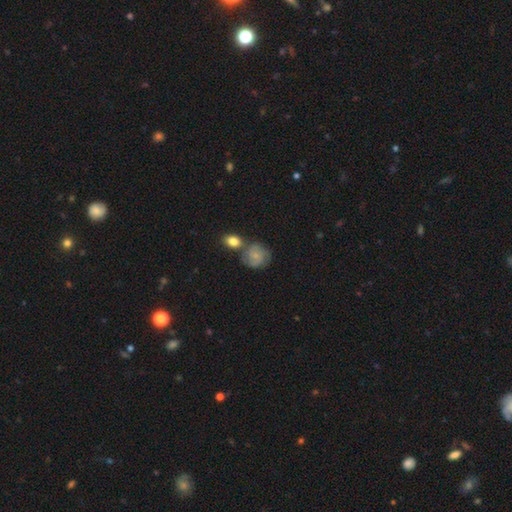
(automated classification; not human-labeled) Smooth or featured: featured or disk — 56% (smooth — 36%)
Edge-on disk: no — 98% (yes — 2%)
Bar: no — 74% (weak — 22%)
Spiral arms: yes — 89% (no — 11%)
Bulge size: small — 70% (moderate — 20%)
Merging: none — 56% (merger — 21%)